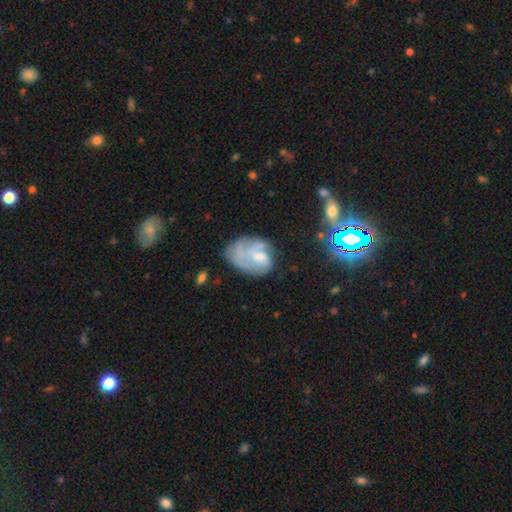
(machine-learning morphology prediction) Smooth or featured? Predicted: featured or disk (p=0.52). Edge-on disk? Predicted: no (p=0.97). Bar? Predicted: no (p=0.71). Spiral arms? Predicted: yes (p=0.54). Bulge size? Predicted: moderate (p=0.34). Merging? Predicted: none (p=0.34).